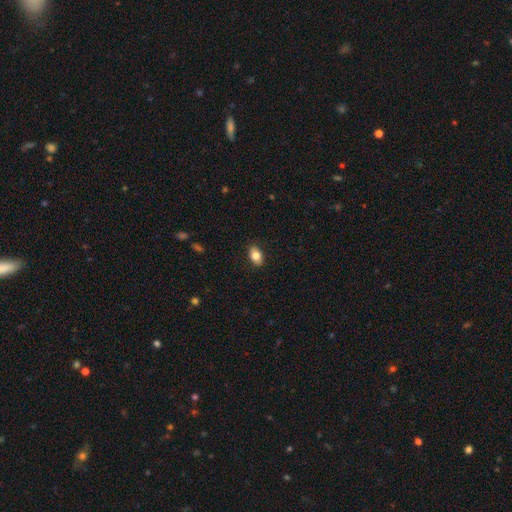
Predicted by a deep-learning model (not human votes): Morphology: type=smooth (81%); roundness=in between (86%); merging=none (87%).